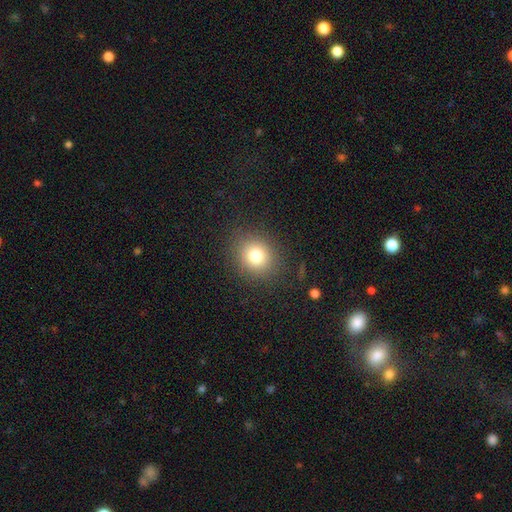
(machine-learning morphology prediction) Q: Smooth or featured?
A: smooth (78%); runner-up: star or artifact (13%)
Q: How rounded?
A: round (78%); runner-up: in between (21%)
Q: Merging?
A: none (86%); runner-up: minor disturbance (9%)